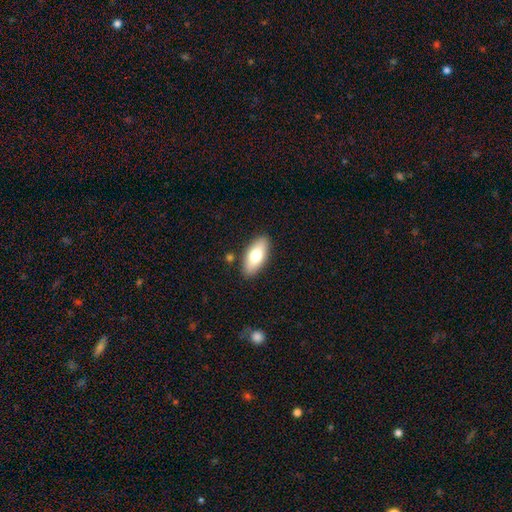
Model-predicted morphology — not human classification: Smooth or featured? smooth (72%)
How rounded? in between (86%)
Merging? none (87%)